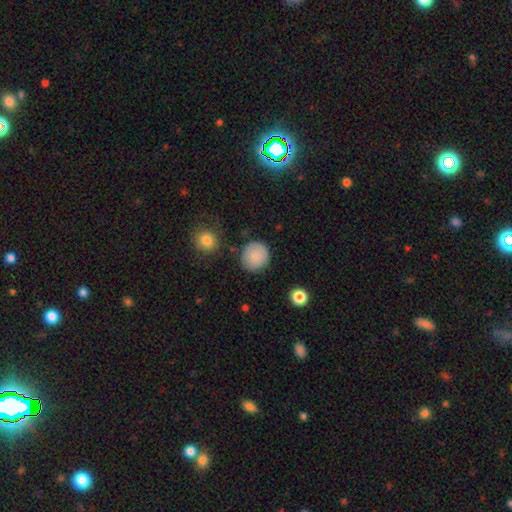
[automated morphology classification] smooth_or_featured: smooth (p=0.87) [alt: star or artifact p=0.08]
how_rounded: round (p=0.93) [alt: in between p=0.06]
merging: none (p=0.85) [alt: minor disturbance p=0.10]